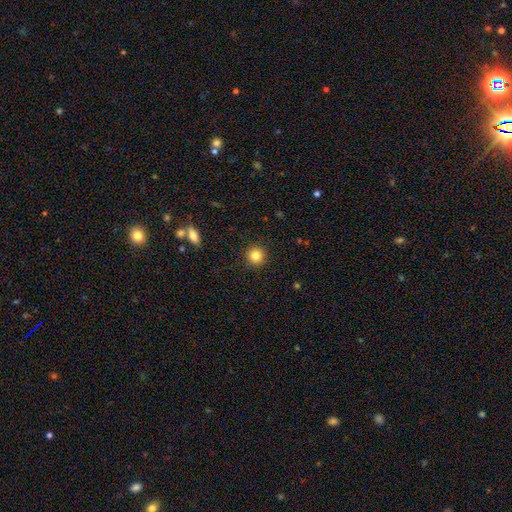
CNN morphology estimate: Smooth or featured? smooth (84%)
How rounded? round (95%)
Merging? none (92%)